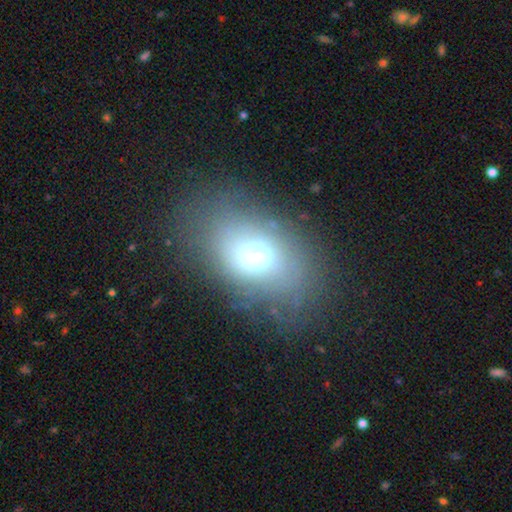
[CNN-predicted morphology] type=smooth (60%); roundness=in between (78%); merging=none (72%).